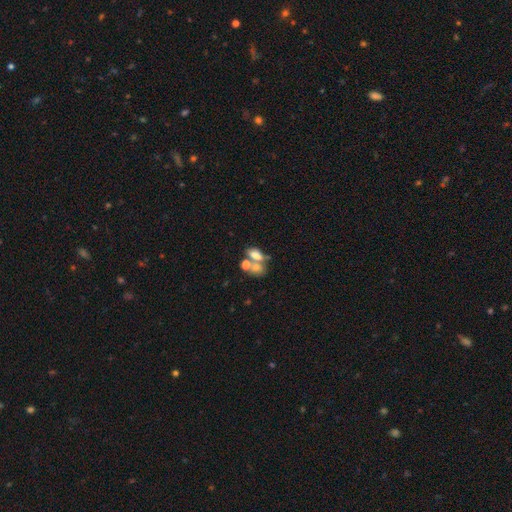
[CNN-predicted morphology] smooth_or_featured: smooth (p=0.66) [alt: featured or disk p=0.23]
how_rounded: in between (p=0.83) [alt: round p=0.14]
merging: merger (p=0.59) [alt: none p=0.25]